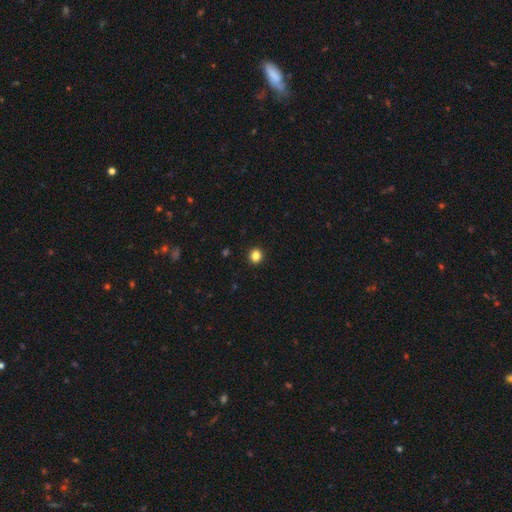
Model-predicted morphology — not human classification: smooth_or_featured: smooth (p=0.84) [alt: star or artifact p=0.12]
how_rounded: round (p=0.88) [alt: in between p=0.11]
merging: none (p=0.93) [alt: minor disturbance p=0.04]